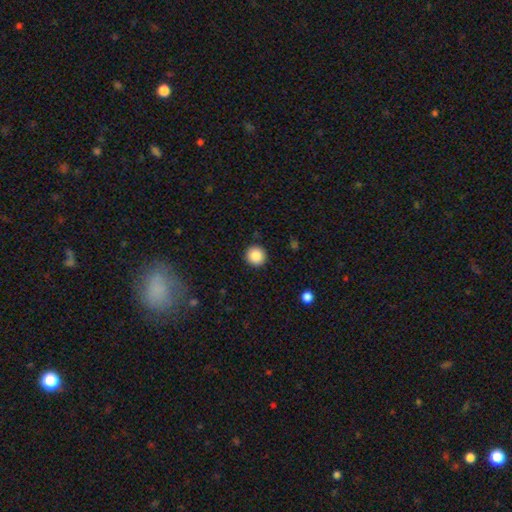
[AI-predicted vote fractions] This is clearly a smooth galaxy (87%). How rounded: clearly round (95%). Merging: clearly none (92%).